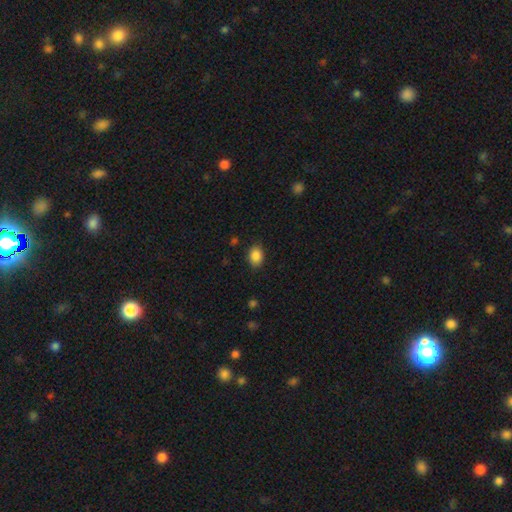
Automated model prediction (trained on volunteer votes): This is clearly a smooth galaxy (88%). How rounded: likely in between (72%). Merging: clearly none (84%).